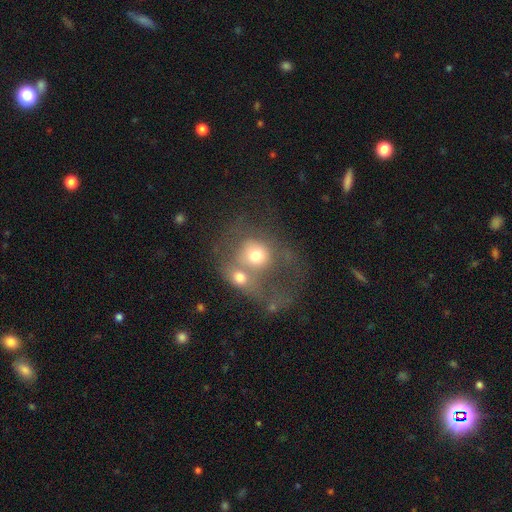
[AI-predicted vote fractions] Q: Smooth or featured?
A: smooth (56%); runner-up: featured or disk (32%)
Q: How rounded?
A: round (68%); runner-up: in between (30%)
Q: Merging?
A: merger (63%); runner-up: major disturbance (16%)